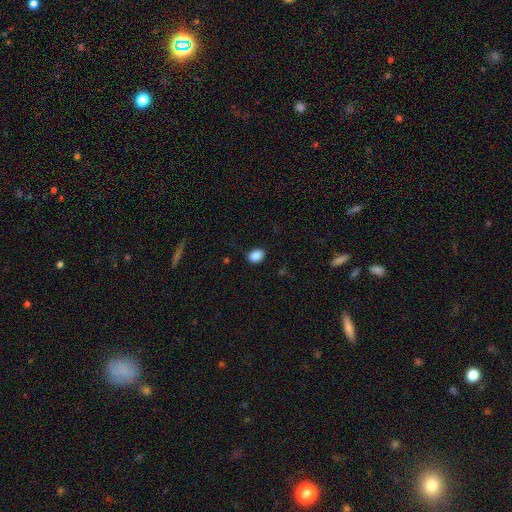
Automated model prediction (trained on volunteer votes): Morphology: type=smooth (88%); roundness=in between (65%); merging=none (83%).